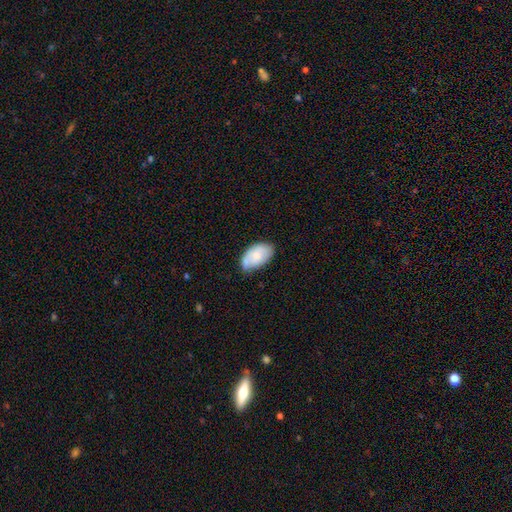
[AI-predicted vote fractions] Smooth or featured?
  - smooth: 70% *
  - featured or disk: 24%
  - star or artifact: 6%
How rounded?
  - in between: 94% *
  - round: 5%
  - cigar-shaped: 1%
Merging?
  - none: 60% *
  - minor disturbance: 32%
  - major disturbance: 6%
  - merger: 3%